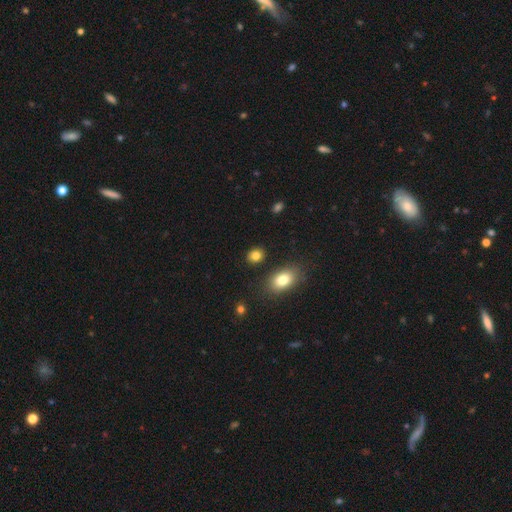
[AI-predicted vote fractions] Smooth or featured: smooth — 83% (star or artifact — 11%)
How rounded: round — 51% (in between — 48%)
Merging: none — 86% (minor disturbance — 8%)